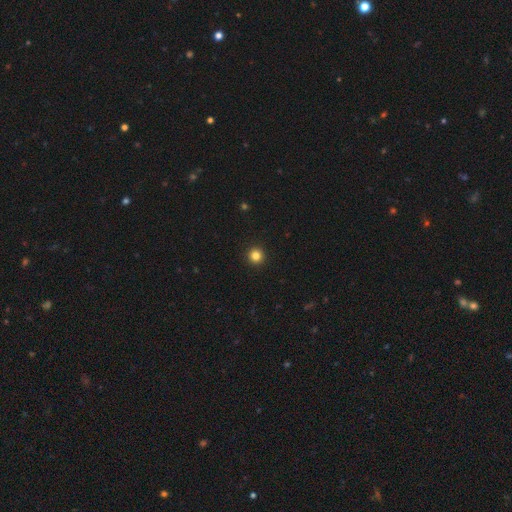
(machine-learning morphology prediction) This is clearly a smooth galaxy (83%). How rounded: clearly round (96%). Merging: clearly none (94%).